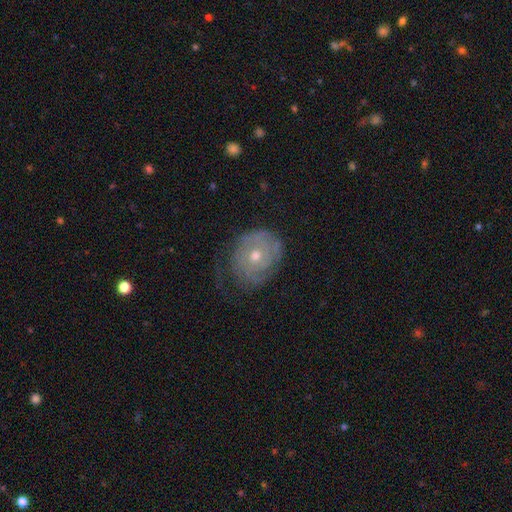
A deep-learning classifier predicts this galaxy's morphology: A featured or disk galaxy (68%) with no bar (84%), tight (70%) spiral arms (78%) and a moderate central bulge (55%).

Vote fractions:
- Smooth or featured? featured or disk: 68% / smooth: 24% / star or artifact: 8%
- Edge-on disk? no: 96% / yes: 4%
- Bar? no: 84% / weak: 13% / strong: 3%
- Spiral arms? yes: 78% / no: 22%
- Spiral winding? tight: 70% / medium: 21% / loose: 9%
- Spiral arm count? can't tell: 51% / 2: 20% / 3: 11% / 1: 8% / 4: 5% / more than 4: 4%
- Bulge size? moderate: 55% / small: 41% / large: 2% / none: 1% / dominant: 1%
- Merging? none: 59% / minor disturbance: 26% / major disturbance: 14% / merger: 1%